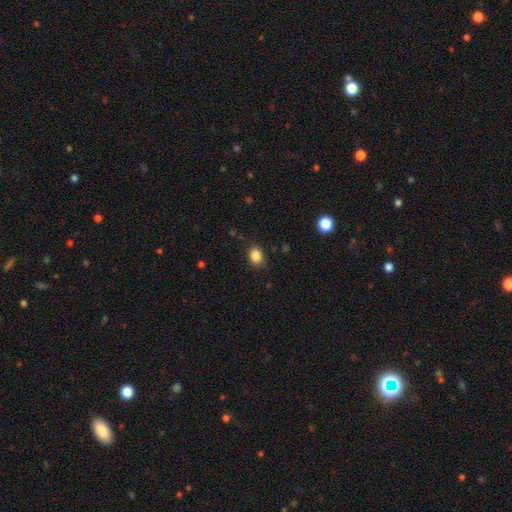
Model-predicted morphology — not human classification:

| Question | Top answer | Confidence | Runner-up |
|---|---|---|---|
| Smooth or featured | smooth | 86% | star or artifact (10%) |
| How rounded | in between | 54% | round (45%) |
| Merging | none | 85% | minor disturbance (11%) |